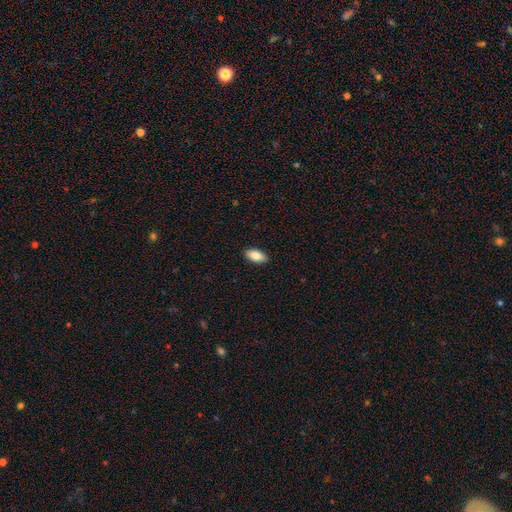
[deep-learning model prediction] Smooth or featured? Predicted: smooth (p=0.84). How rounded? Predicted: in between (p=0.92). Merging? Predicted: none (p=0.90).